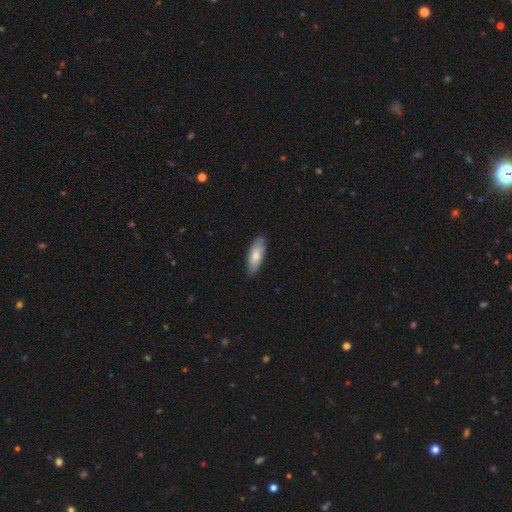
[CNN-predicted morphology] Smooth or featured: smooth — 76% (featured or disk — 19%)
How rounded: in between — 76% (cigar-shaped — 22%)
Merging: none — 84% (minor disturbance — 13%)